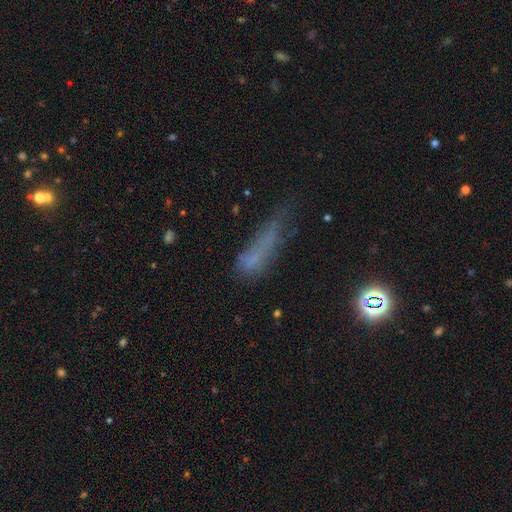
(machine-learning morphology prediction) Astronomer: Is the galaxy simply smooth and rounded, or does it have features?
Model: smooth — 52%.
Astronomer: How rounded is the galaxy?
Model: cigar-shaped — 61%.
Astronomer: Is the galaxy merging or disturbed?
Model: major disturbance — 34% (runner-up: none, 32%).